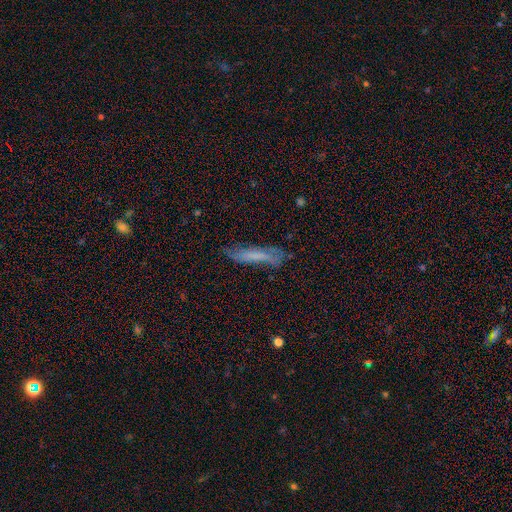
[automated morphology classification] type=smooth (51%); roundness=cigar-shaped (83%); merging=none (57%).